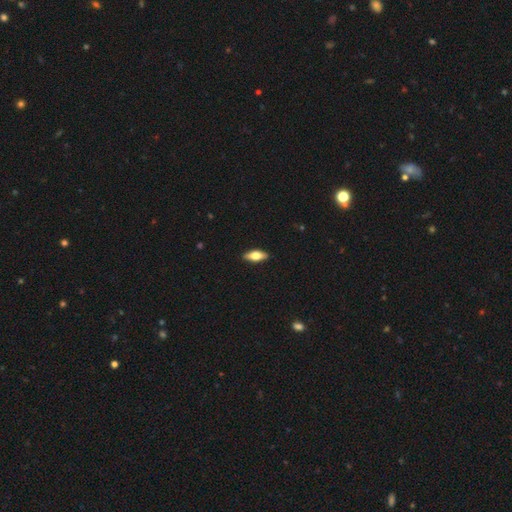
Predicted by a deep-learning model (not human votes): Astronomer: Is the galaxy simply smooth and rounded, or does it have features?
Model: smooth — 63%.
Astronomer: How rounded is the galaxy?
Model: in between — 72%.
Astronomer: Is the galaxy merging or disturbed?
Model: none — 90%.